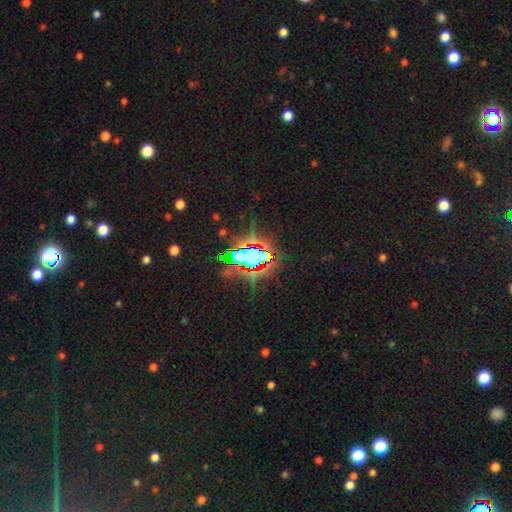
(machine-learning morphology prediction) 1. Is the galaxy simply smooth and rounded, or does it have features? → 74% star or artifact, 14% smooth, 12% featured or disk.